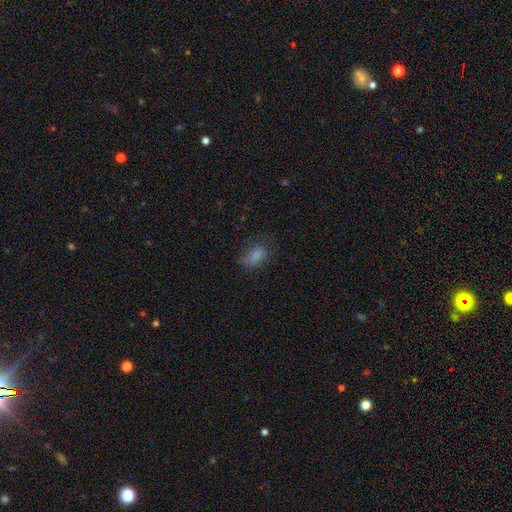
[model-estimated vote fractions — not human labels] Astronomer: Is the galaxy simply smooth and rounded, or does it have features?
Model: smooth — 79%.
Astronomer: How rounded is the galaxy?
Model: in between — 85%.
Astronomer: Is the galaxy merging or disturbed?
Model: none — 62%.